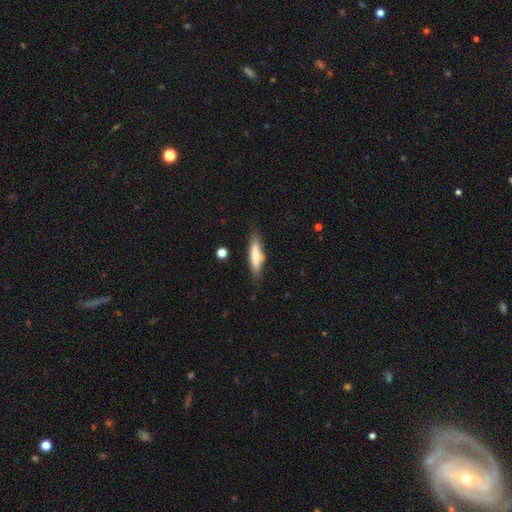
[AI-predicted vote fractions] Smooth or featured? Predicted: smooth (p=0.67). How rounded? Predicted: cigar-shaped (p=0.74). Merging? Predicted: none (p=0.76).